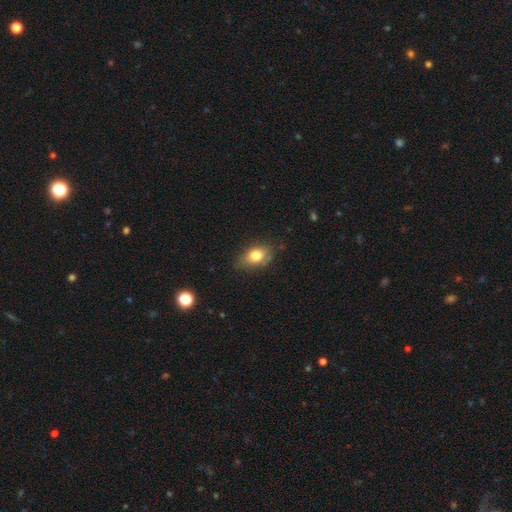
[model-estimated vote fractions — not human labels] smooth_or_featured: smooth (p=0.78) [alt: featured or disk p=0.13]
how_rounded: in between (p=0.79) [alt: round p=0.19]
merging: none (p=0.70) [alt: minor disturbance p=0.24]